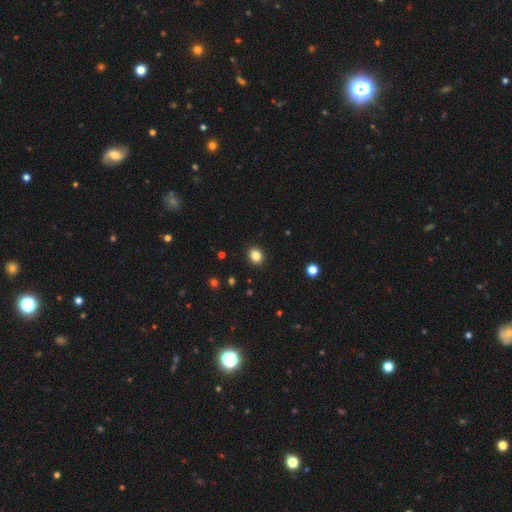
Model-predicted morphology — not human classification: A smooth galaxy with no disk features (84%) that is round (59%). Merging: none (91%).